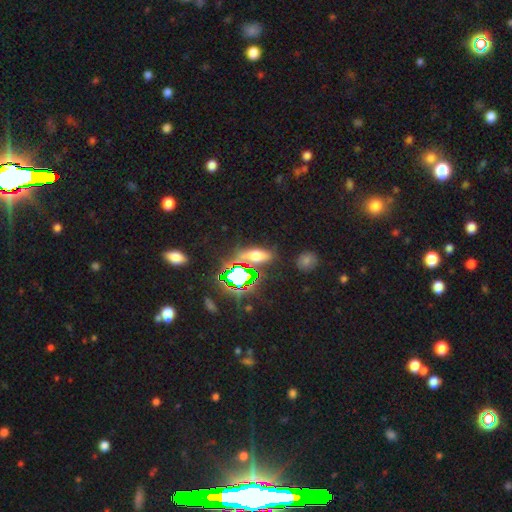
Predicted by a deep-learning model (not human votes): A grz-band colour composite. It shows a smooth galaxy with no disk features (48%). Merging: none (75%).